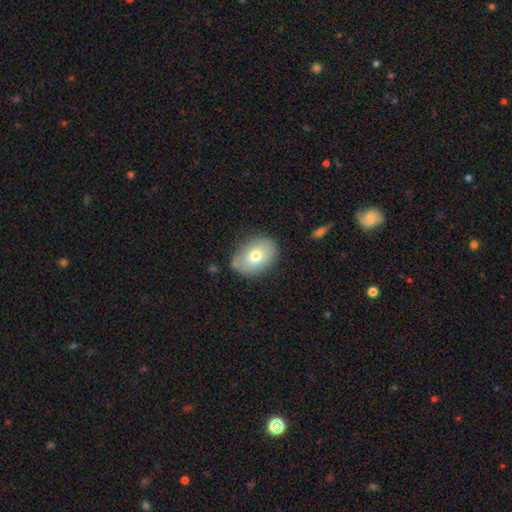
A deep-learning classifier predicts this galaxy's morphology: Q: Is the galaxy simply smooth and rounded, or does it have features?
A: smooth — 72%.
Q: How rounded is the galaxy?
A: in between — 76%.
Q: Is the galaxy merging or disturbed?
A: none — 80%.